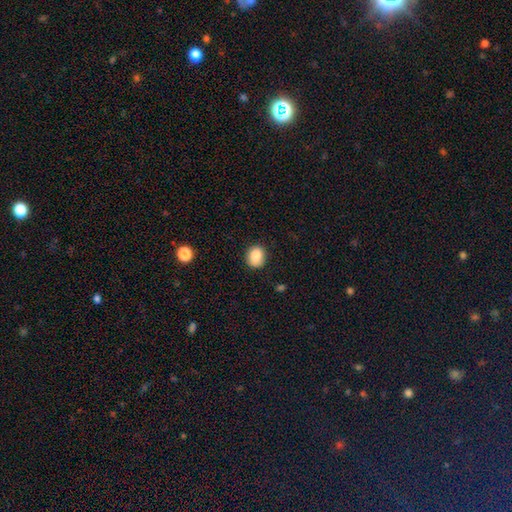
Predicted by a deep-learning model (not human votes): smooth_or_featured: smooth (p=0.85) [alt: star or artifact p=0.09]
how_rounded: round (p=0.62) [alt: in between p=0.37]
merging: none (p=0.82) [alt: minor disturbance p=0.14]